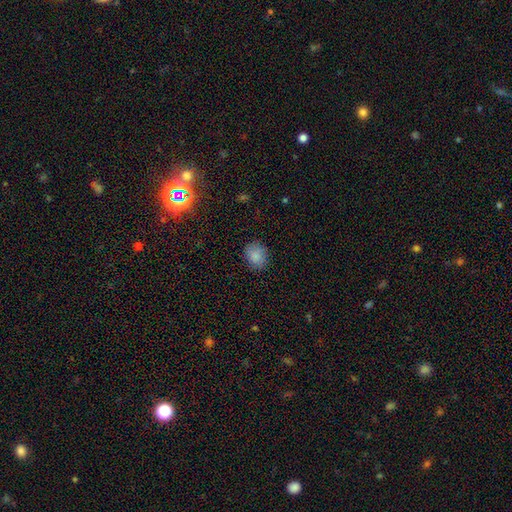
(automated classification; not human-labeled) A smooth galaxy with no disk features (85%) that is round (60%).

Vote fractions:
- Smooth or featured? smooth: 85% / star or artifact: 10% / featured or disk: 5%
- How rounded? round: 60% / in between: 39% / cigar-shaped: 1%
- Merging? none: 82% / minor disturbance: 13% / major disturbance: 3% / merger: 1%